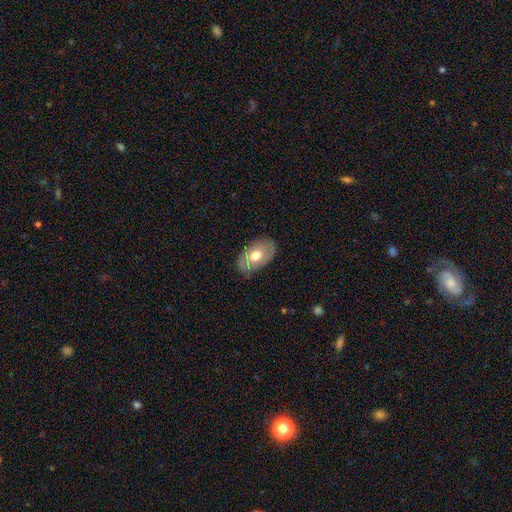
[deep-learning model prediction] smooth 57%, featured or disk 37%, star or artifact 6%. Down the decision tree: how rounded — in between (91%); merging — none (79%).